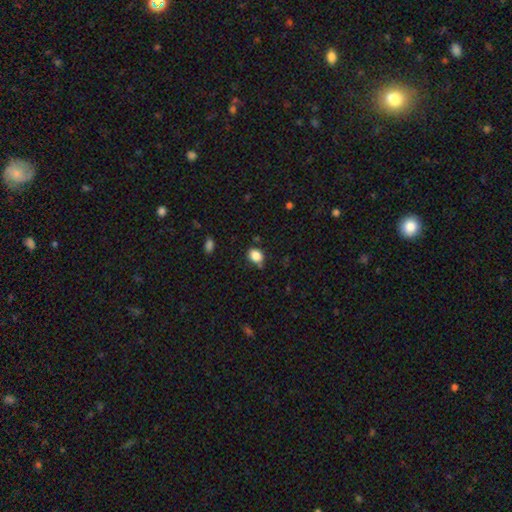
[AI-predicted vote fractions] Q: Smooth or featured?
A: smooth (85%); runner-up: star or artifact (10%)
Q: How rounded?
A: in between (62%); runner-up: round (37%)
Q: Merging?
A: none (70%); runner-up: minor disturbance (22%)